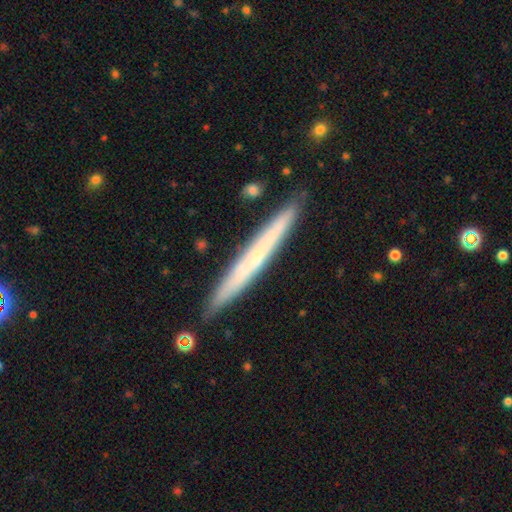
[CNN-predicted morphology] The model was most divided on "smooth or featured": featured or disk: 53%, smooth: 41%, star or artifact: 6%. More confident: edge-on disk — yes (95%); merging — none (90%).